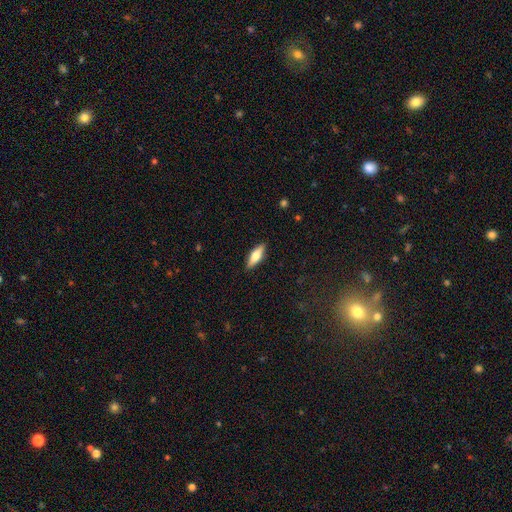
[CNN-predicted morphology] type=smooth (63%); roundness=in between (56%); merging=none (89%).